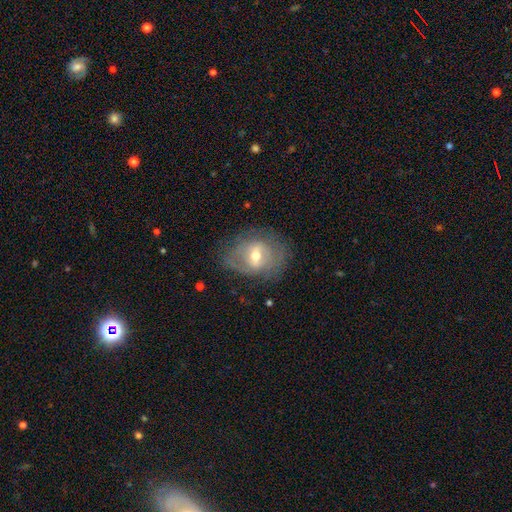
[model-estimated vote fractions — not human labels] This is likely a featured or disk galaxy (67%). It is clearly not viewed edge-on (94%). Bar: possibly weak (49%). Spiral arm pattern: likely yes (63%). Central bulge: likely moderate (67%). Merging: likely none (67%).